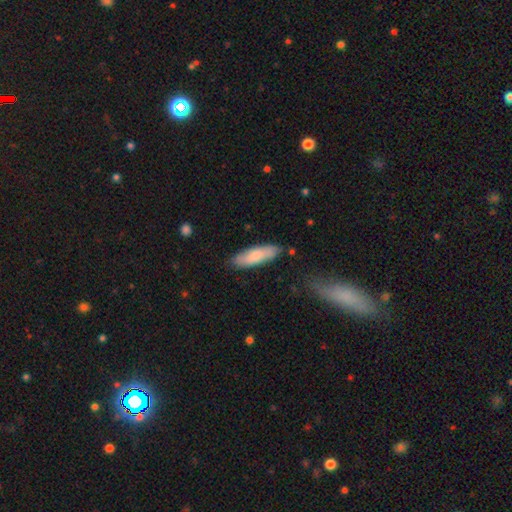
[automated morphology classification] The model was most divided on "how rounded": cigar-shaped: 51%, in between: 47%, round: 2%. More confident: merging — none (81%); smooth or featured — smooth (75%).